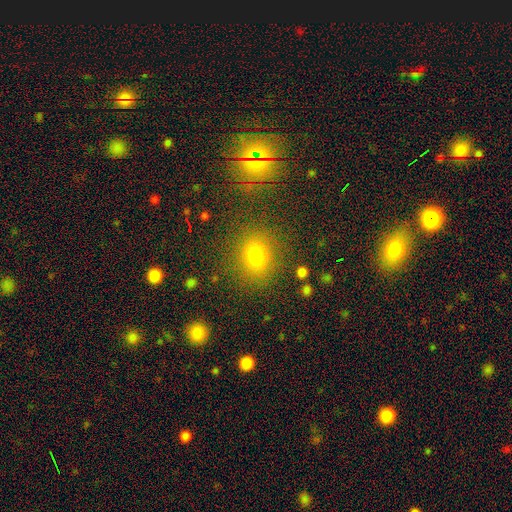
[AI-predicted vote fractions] Morphology: type=smooth (76%); roundness=round (67%); merging=none (82%).